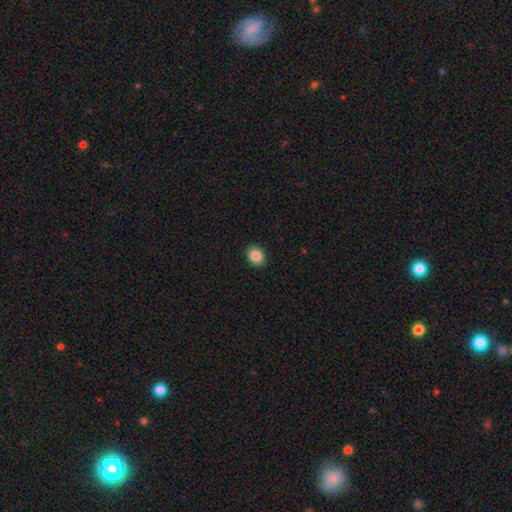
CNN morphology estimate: Smooth or featured? smooth (87%)
How rounded? round (51%)
Merging? none (90%)